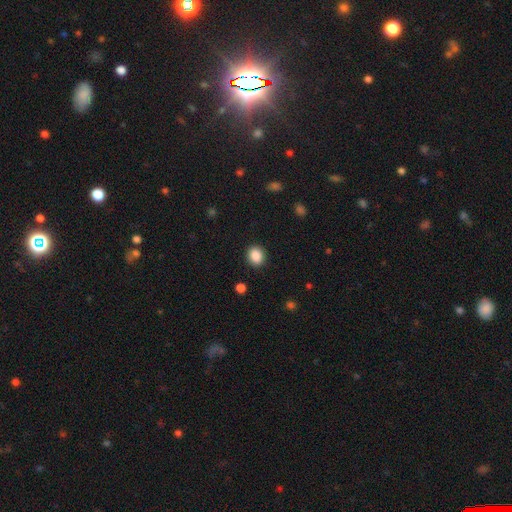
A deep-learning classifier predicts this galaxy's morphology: Q: Smooth or featured?
A: smooth (88%); runner-up: star or artifact (9%)
Q: How rounded?
A: round (64%); runner-up: in between (35%)
Q: Merging?
A: none (89%); runner-up: minor disturbance (7%)